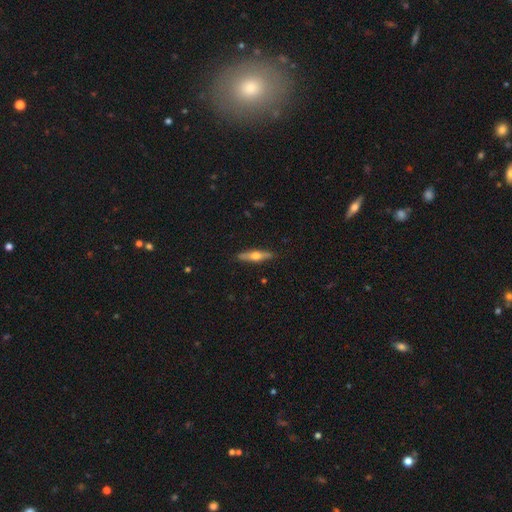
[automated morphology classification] featured or disk 58%, smooth 36%, star or artifact 6%. Down the decision tree: edge-on disk — yes (95%); edge-on bulge — rounded (94%); merging — none (90%).